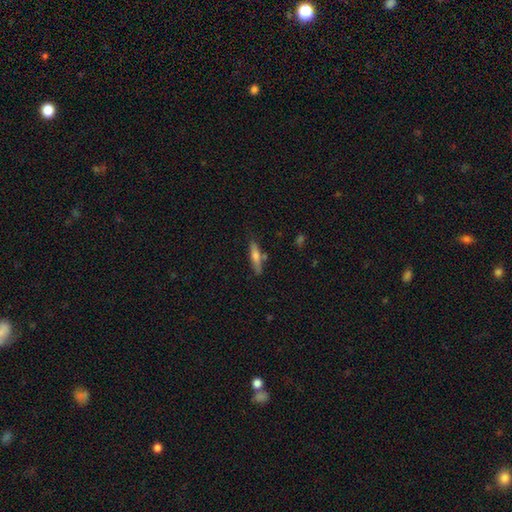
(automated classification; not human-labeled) smooth_or_featured: smooth (p=0.64) [alt: featured or disk p=0.29]
how_rounded: cigar-shaped (p=0.79) [alt: in between p=0.19]
merging: none (p=0.70) [alt: minor disturbance p=0.17]